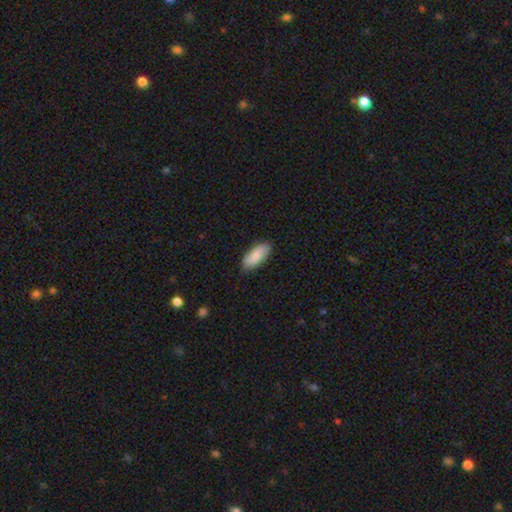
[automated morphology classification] Smooth or featured? smooth (78%)
How rounded? in between (86%)
Merging? none (85%)